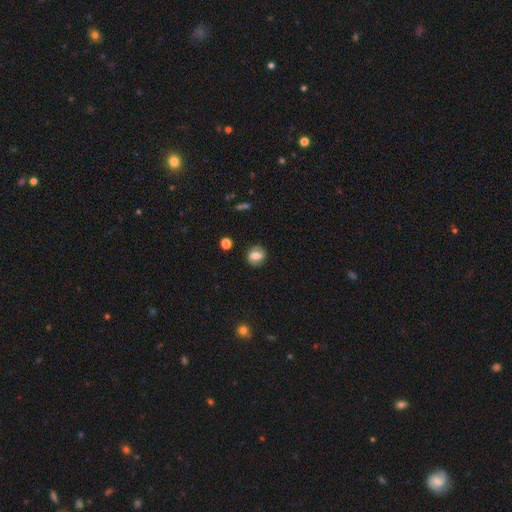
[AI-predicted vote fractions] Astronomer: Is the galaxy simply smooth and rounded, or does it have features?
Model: smooth — 47% (runner-up: featured or disk, 43%).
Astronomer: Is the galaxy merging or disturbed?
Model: none — 83%.